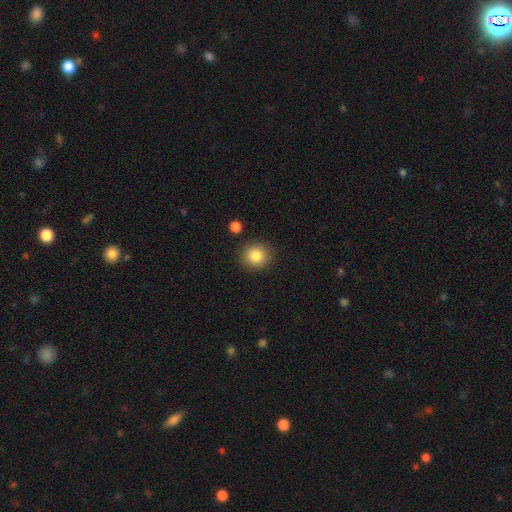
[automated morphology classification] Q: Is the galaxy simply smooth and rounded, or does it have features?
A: smooth — 85%.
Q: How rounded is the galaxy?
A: round — 86%.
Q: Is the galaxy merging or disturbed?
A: none — 88%.